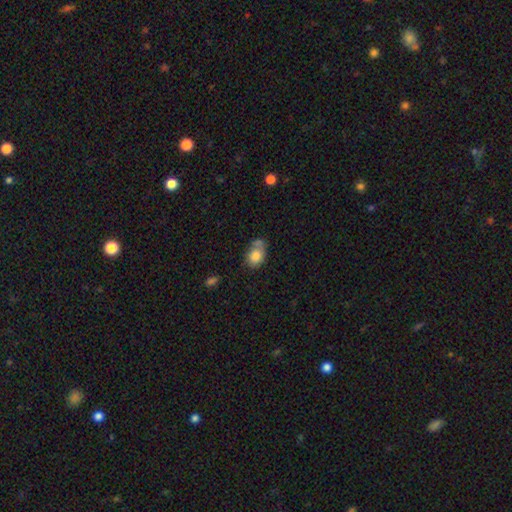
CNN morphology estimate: A smooth galaxy with no disk features (79%) that is in between round and cigar-shaped (69%).

Vote fractions:
- Smooth or featured? smooth: 79% / featured or disk: 13% / star or artifact: 8%
- How rounded? in between: 69% / round: 30% / cigar-shaped: 1%
- Merging? none: 41% / merger: 25% / minor disturbance: 24% / major disturbance: 9%